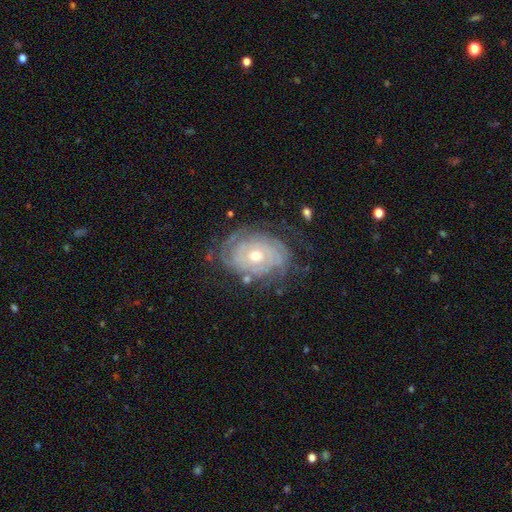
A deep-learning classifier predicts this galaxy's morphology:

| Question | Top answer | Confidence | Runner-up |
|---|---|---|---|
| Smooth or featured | featured or disk | 84% | smooth (10%) |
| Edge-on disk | no | 96% | yes (4%) |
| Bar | no | 81% | weak (14%) |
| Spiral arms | yes | 91% | no (9%) |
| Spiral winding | tight | 81% | medium (15%) |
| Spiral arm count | can't tell | 47% | 2 (16%) |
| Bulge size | moderate | 52% | small (44%) |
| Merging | none | 69% | minor disturbance (19%) |